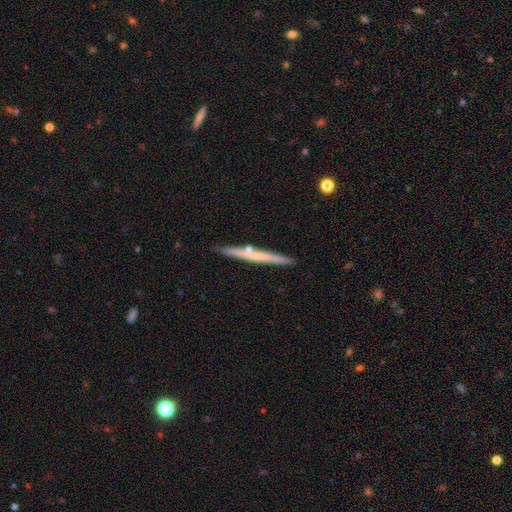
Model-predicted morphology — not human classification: The model was most divided on "smooth or featured": featured or disk: 52%, smooth: 42%, star or artifact: 6%. More confident: edge-on disk — yes (96%); merging — none (86%).